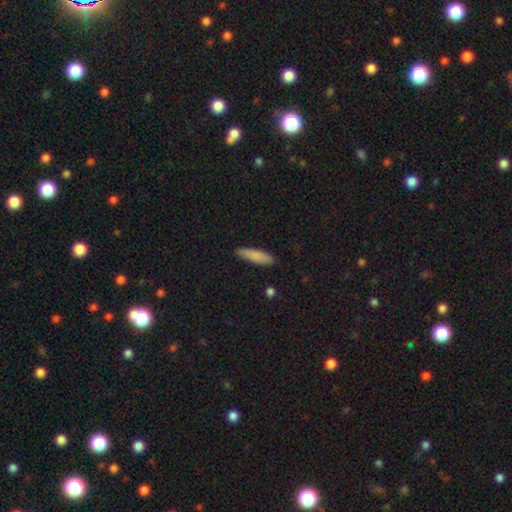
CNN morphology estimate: type=smooth (84%); roundness=cigar-shaped (68%); merging=none (85%).